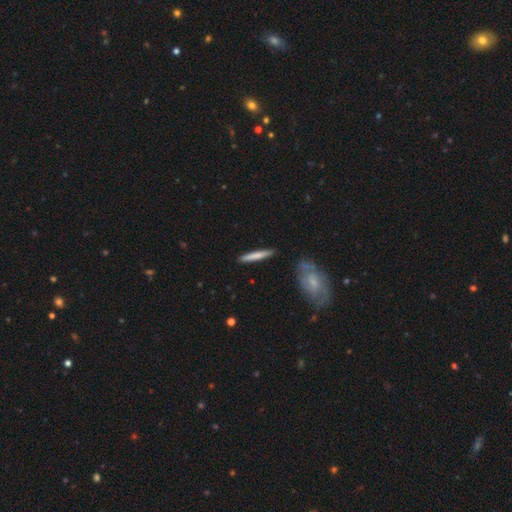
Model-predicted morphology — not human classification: Q: Smooth or featured?
A: smooth (68%); runner-up: featured or disk (27%)
Q: How rounded?
A: cigar-shaped (94%); runner-up: in between (4%)
Q: Merging?
A: none (89%); runner-up: minor disturbance (7%)